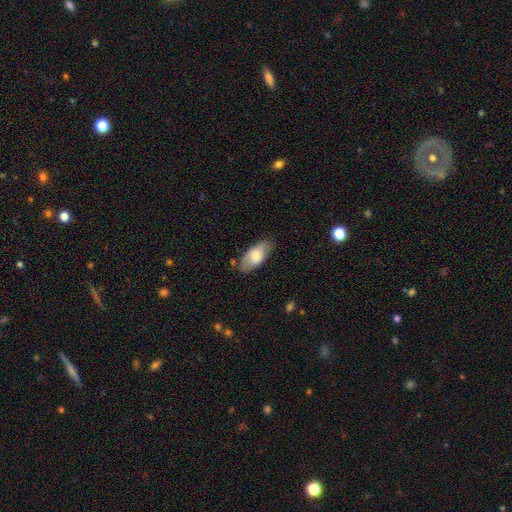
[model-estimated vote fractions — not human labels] Smooth or featured? smooth (74%)
How rounded? in between (89%)
Merging? none (76%)